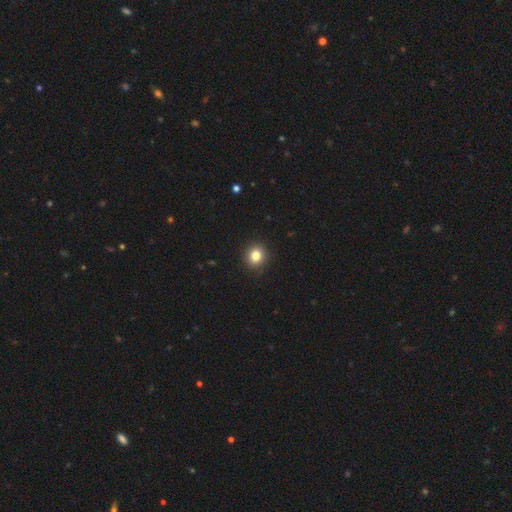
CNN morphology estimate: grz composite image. It shows a smooth galaxy with no disk features (83%) that is round (85%). Merging: none (92%).